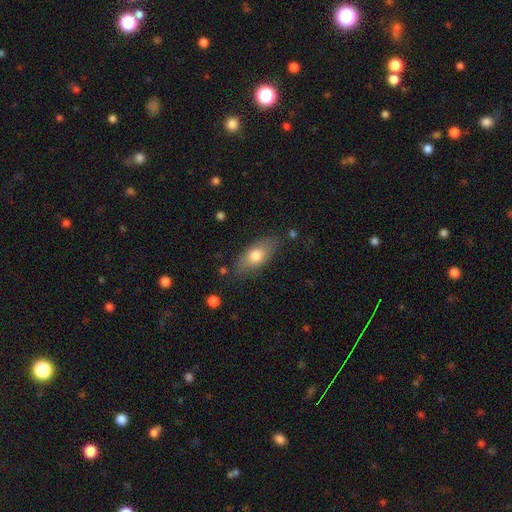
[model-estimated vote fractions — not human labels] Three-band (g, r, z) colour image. It shows a smooth galaxy with no disk features (73%) that is in between round and cigar-shaped (83%). Merging: none (78%).